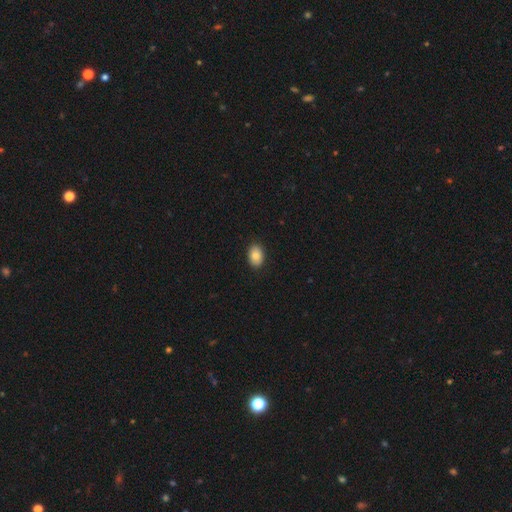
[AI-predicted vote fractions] Overall: smooth (85%). How rounded: in between (82%). Merging: none (89%).